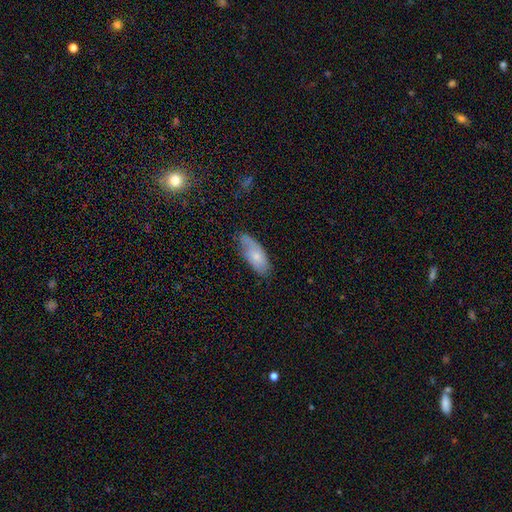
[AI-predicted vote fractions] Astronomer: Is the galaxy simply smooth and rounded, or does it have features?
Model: smooth — 68%.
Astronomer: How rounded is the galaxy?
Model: in between — 81%.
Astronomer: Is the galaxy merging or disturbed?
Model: none — 64%.